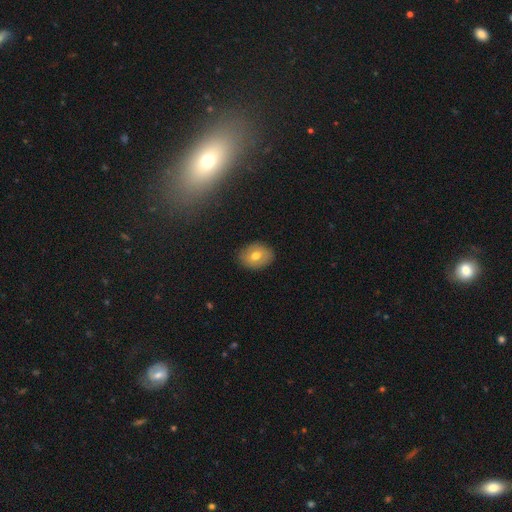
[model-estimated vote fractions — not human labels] smooth_or_featured: smooth (p=0.66) [alt: featured or disk p=0.25]
how_rounded: in between (p=0.59) [alt: round p=0.40]
merging: none (p=0.85) [alt: minor disturbance p=0.12]